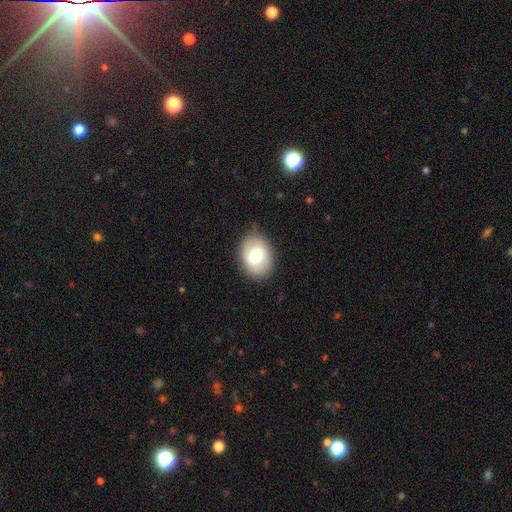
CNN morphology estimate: smooth_or_featured: smooth (p=0.72) [alt: featured or disk p=0.20]
how_rounded: in between (p=0.74) [alt: round p=0.25]
merging: none (p=0.79) [alt: minor disturbance p=0.16]